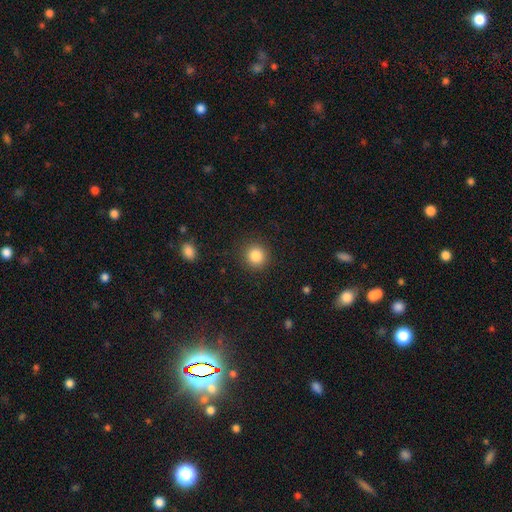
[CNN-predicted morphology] Smooth or featured?
  - smooth: 85% *
  - star or artifact: 10%
  - featured or disk: 5%
How rounded?
  - round: 92% *
  - in between: 7%
  - cigar-shaped: 1%
Merging?
  - none: 90% *
  - minor disturbance: 6%
  - major disturbance: 3%
  - merger: 1%